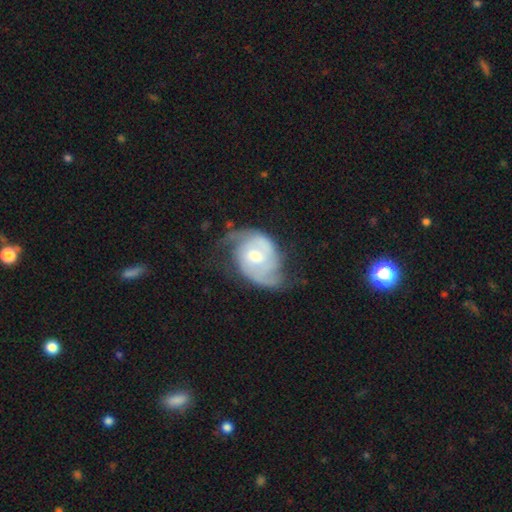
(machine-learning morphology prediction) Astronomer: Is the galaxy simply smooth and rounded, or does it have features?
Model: featured or disk — 83%.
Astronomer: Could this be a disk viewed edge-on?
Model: no — 97%.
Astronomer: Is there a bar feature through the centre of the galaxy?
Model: no — 53% (runner-up: weak, 40%).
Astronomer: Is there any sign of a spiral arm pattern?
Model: yes — 94%.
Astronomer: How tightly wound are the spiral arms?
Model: medium — 46% (runner-up: tight, 30%).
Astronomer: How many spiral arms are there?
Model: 2 — 83%.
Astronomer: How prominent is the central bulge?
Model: moderate — 64%.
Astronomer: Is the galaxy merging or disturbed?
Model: none — 56%.